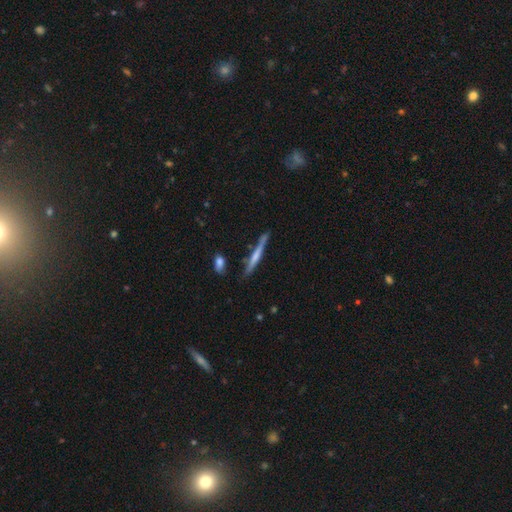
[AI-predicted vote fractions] Overall: featured or disk (53%; smooth 41%). Edge-on disk: yes (96%). Edge-on bulge: none (43%; rounded 38%). Merging: none (76%).